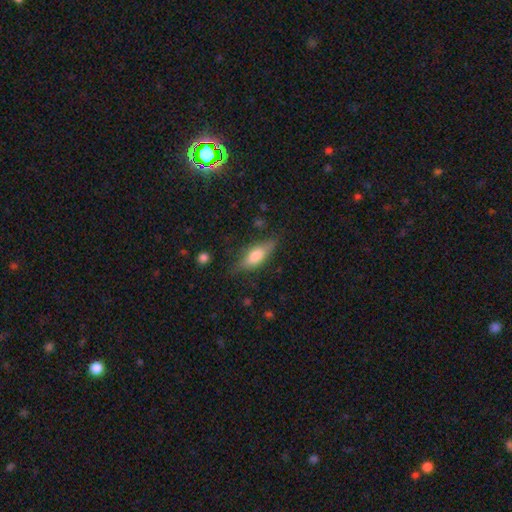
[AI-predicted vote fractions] Overall: smooth (59%; featured or disk 34%). How rounded: in between (59%; cigar-shaped 38%). Merging: none (73%).